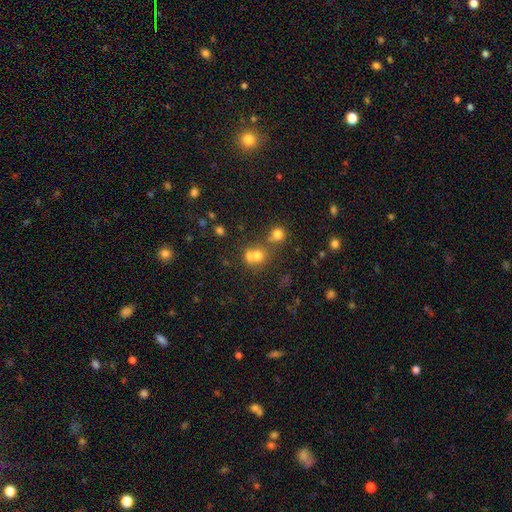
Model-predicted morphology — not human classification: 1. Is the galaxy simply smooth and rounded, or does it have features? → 64% smooth, 22% star or artifact, 14% featured or disk.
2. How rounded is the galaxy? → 80% round, 19% in between, 1% cigar-shaped.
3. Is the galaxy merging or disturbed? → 47% merger, 41% none, 7% minor disturbance, 4% major disturbance.